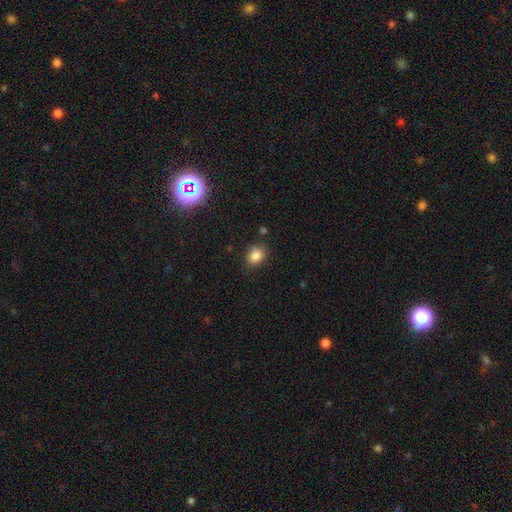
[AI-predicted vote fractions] Smooth or featured: smooth — 84% (star or artifact — 11%)
How rounded: in between — 51% (round — 48%)
Merging: none — 79% (minor disturbance — 14%)